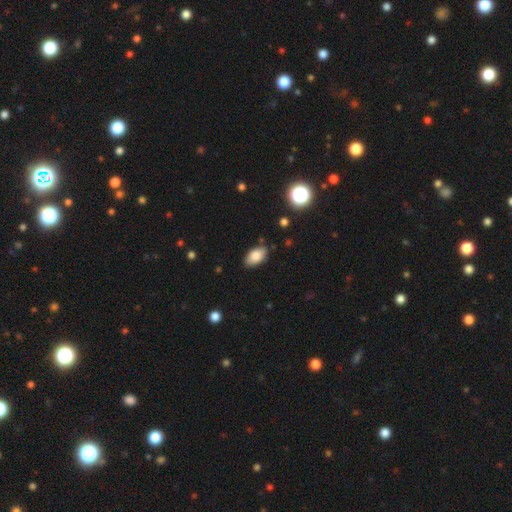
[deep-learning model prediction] smooth 84%, featured or disk 8%, star or artifact 8%. Down the decision tree: how rounded — in between (94%); merging — none (85%).